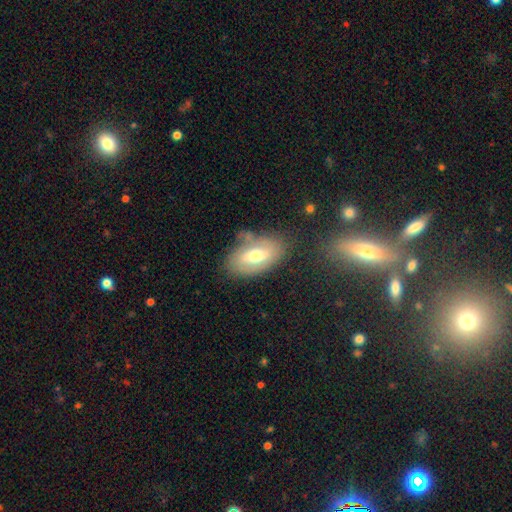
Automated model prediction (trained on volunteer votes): This appears to be a smooth galaxy with no disk features (51%) that is in between round and cigar-shaped (91%). Merging: none (69%).